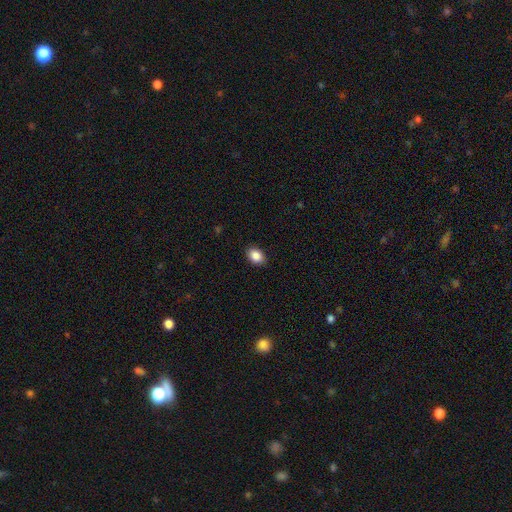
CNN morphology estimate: smooth 88%, star or artifact 8%, featured or disk 4%. Down the decision tree: how rounded — in between (73%); merging — none (89%).